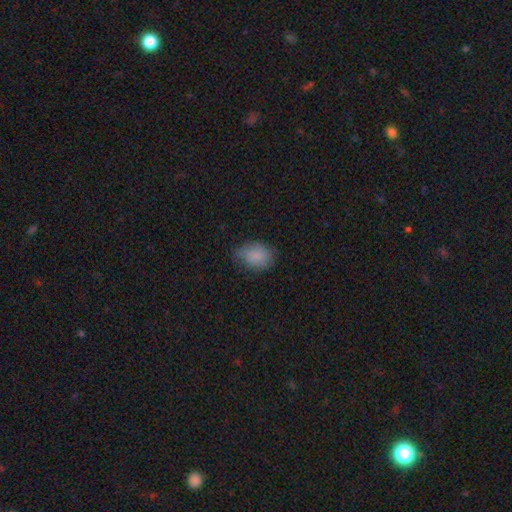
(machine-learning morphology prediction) Smooth or featured: smooth — 83% (star or artifact — 9%)
How rounded: in between — 65% (round — 34%)
Merging: none — 63% (minor disturbance — 29%)